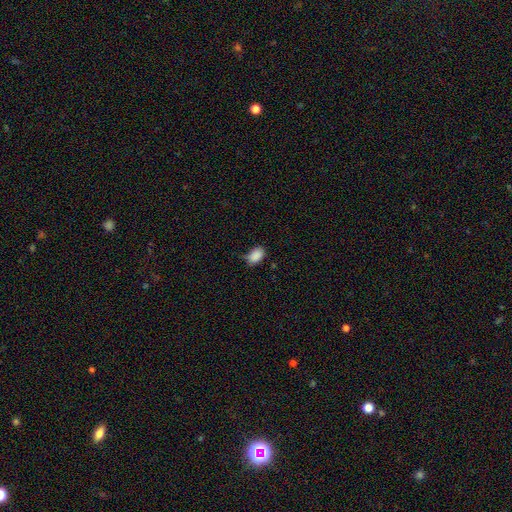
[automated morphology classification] Smooth or featured?
  - smooth: 88% *
  - star or artifact: 8%
  - featured or disk: 4%
How rounded?
  - in between: 87% *
  - round: 11%
  - cigar-shaped: 1%
Merging?
  - none: 62% *
  - minor disturbance: 30%
  - major disturbance: 6%
  - merger: 2%